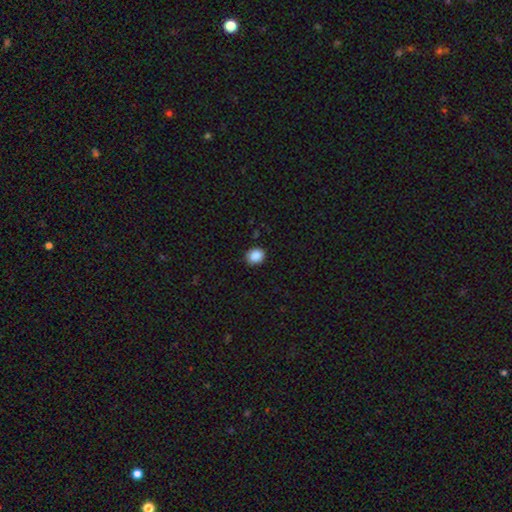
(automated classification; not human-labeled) Smooth or featured: smooth — 88% (star or artifact — 9%)
How rounded: round — 73% (in between — 26%)
Merging: none — 88% (minor disturbance — 9%)